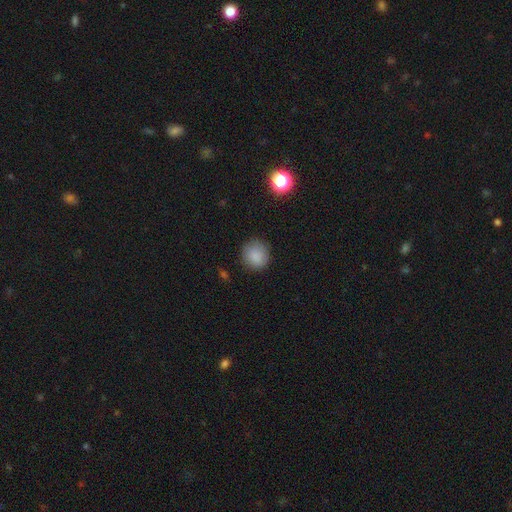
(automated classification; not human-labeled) This is clearly a smooth galaxy (87%). How rounded: clearly round (86%). Merging: clearly none (85%).